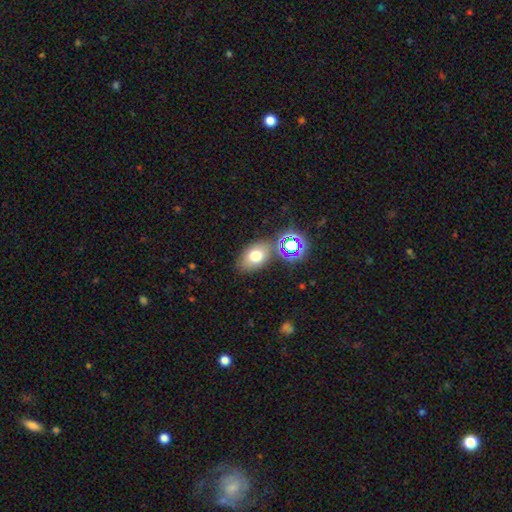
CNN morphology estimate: Overall: smooth (68%). How rounded: in between (78%). Merging: none (71%).